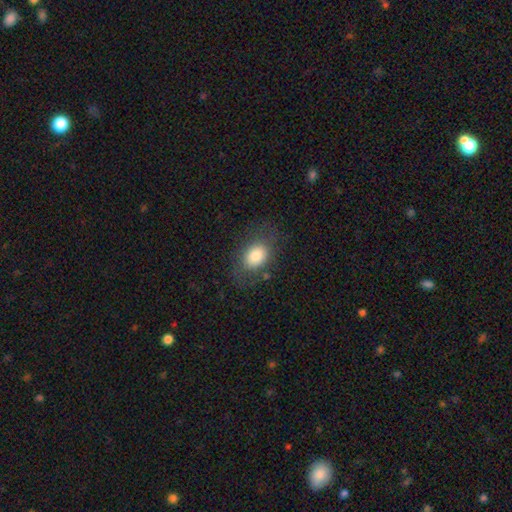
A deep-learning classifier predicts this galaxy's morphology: The model was most divided on "merging": none: 71%, minor disturbance: 17%, major disturbance: 10%, merger: 2%. More confident: smooth or featured — smooth (79%); how rounded — in between (76%).